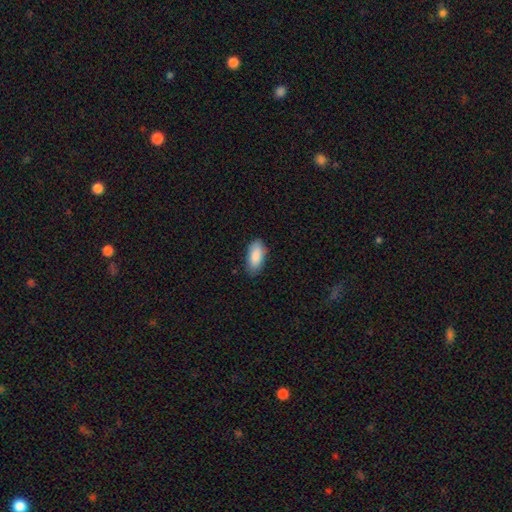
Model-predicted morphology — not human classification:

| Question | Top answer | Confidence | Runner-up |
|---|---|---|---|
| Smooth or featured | smooth | 89% | star or artifact (6%) |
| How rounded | in between | 89% | cigar-shaped (9%) |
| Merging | none | 81% | minor disturbance (15%) |